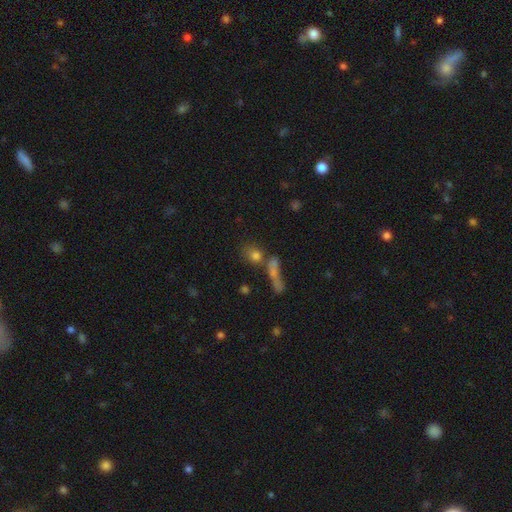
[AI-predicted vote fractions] A smooth galaxy with no disk features (72%) that is round (60%). Merging: none (47%).